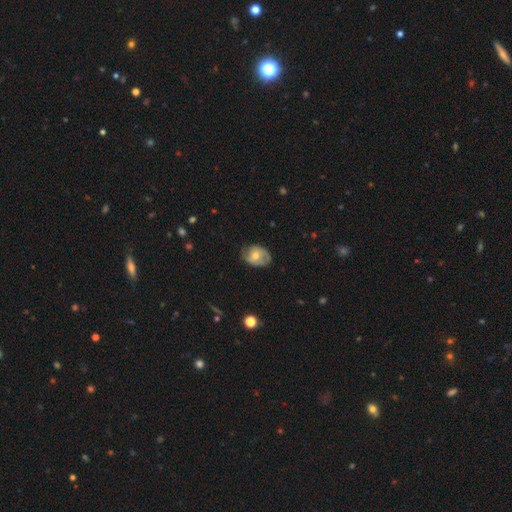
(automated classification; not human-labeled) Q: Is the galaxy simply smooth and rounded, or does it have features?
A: smooth — 48%.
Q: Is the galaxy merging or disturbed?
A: none — 63%.